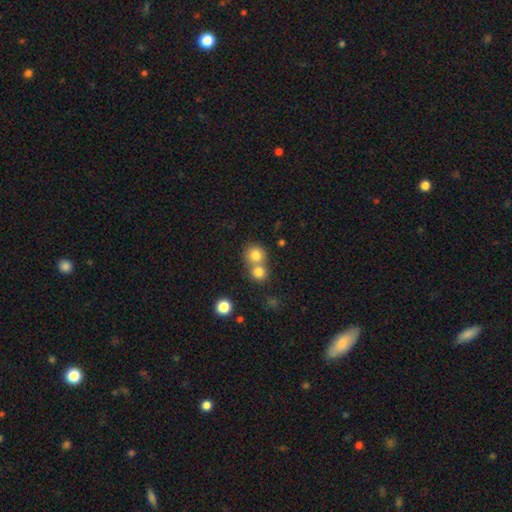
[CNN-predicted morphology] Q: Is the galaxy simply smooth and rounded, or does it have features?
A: smooth — 80%.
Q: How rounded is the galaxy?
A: round — 87%.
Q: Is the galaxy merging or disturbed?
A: merger — 48%.